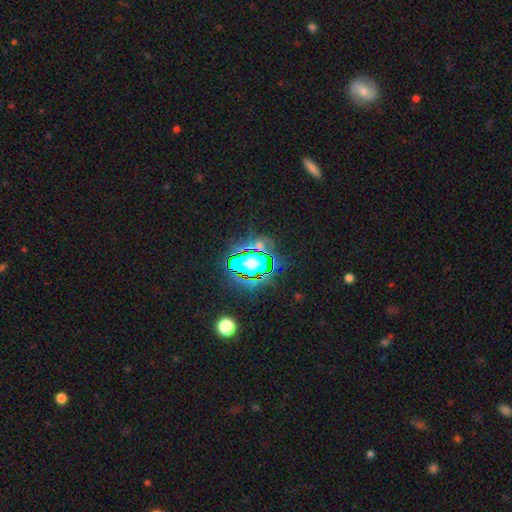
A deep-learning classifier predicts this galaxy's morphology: Smooth or featured?
  - star or artifact: 75% *
  - smooth: 15%
  - featured or disk: 10%